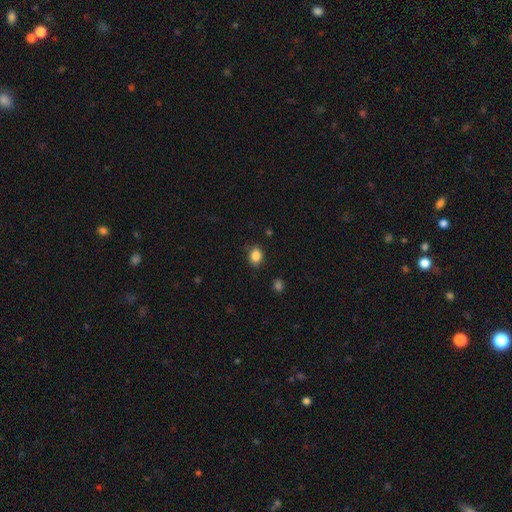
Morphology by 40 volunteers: Smooth or featured? smooth (100%)
How rounded? round (50%, tied with in between)
Merging? none (82%)